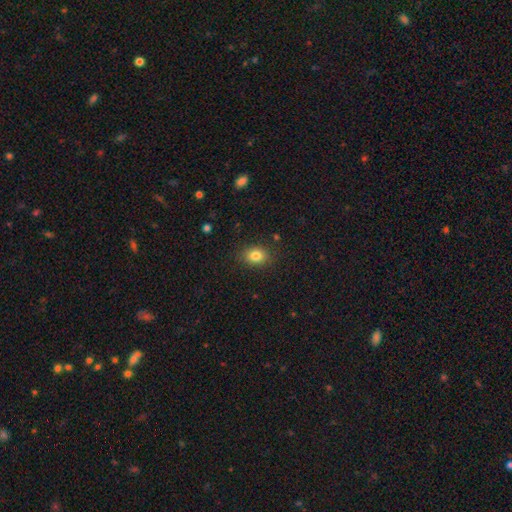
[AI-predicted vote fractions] Smooth or featured?
  - smooth: 82% *
  - star or artifact: 10%
  - featured or disk: 7%
How rounded?
  - in between: 63% *
  - round: 36%
  - cigar-shaped: 1%
Merging?
  - none: 86% *
  - minor disturbance: 10%
  - major disturbance: 3%
  - merger: 1%